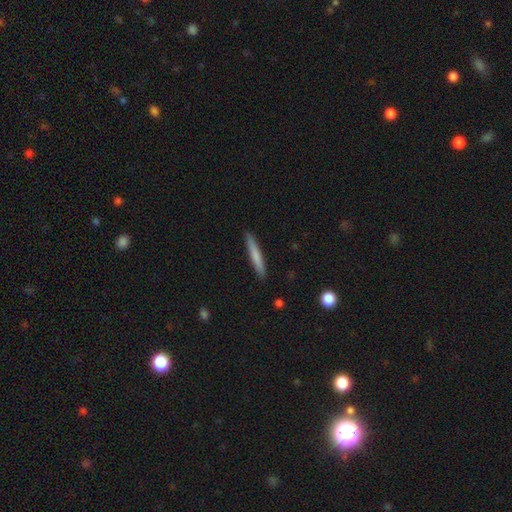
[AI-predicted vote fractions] smooth_or_featured: smooth (p=0.71) [alt: featured or disk p=0.23]
how_rounded: cigar-shaped (p=0.96) [alt: in between p=0.03]
merging: none (p=0.91) [alt: minor disturbance p=0.07]